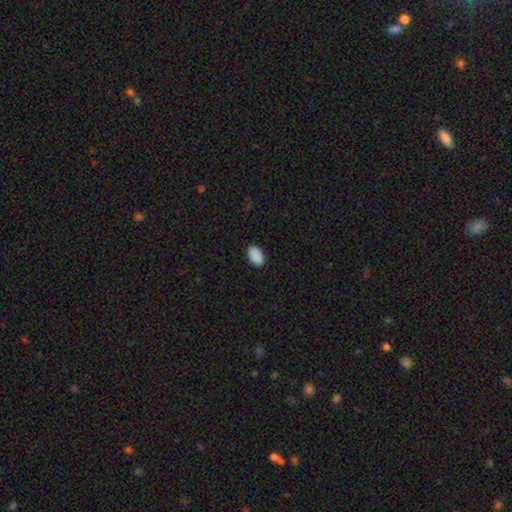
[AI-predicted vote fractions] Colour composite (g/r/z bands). It shows a smooth galaxy with no disk features (90%) that is in between round and cigar-shaped (94%). Merging: none (89%).